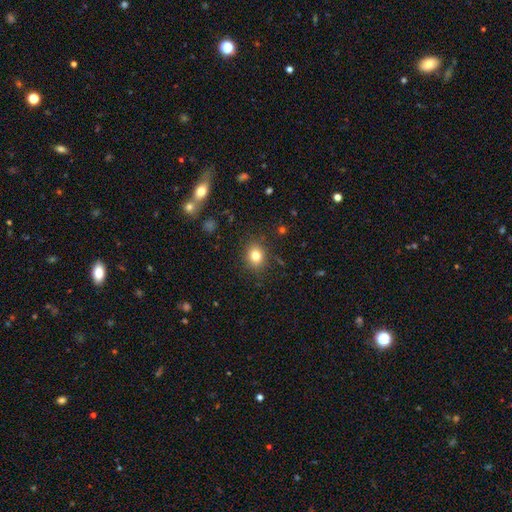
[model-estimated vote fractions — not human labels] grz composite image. It shows a smooth galaxy with no disk features (81%) that is round (53%). Merging: none (87%).